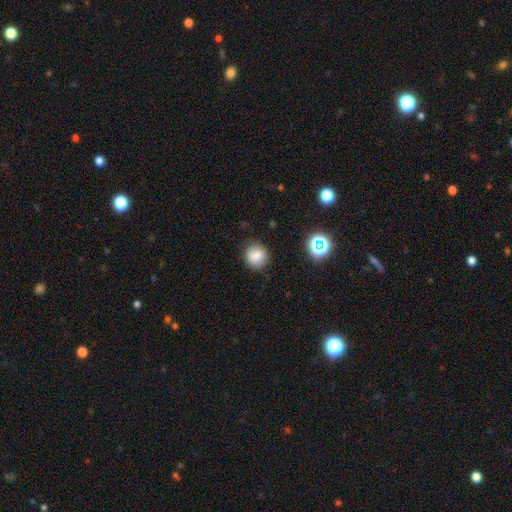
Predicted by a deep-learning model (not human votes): smooth-or-featured: smooth: 83% | star or artifact: 12% | featured or disk: 6%
  how-rounded: round: 87% | in between: 12% | cigar-shaped: 1%
  merging: none: 86% | minor disturbance: 10% | major disturbance: 3% | merger: 2%